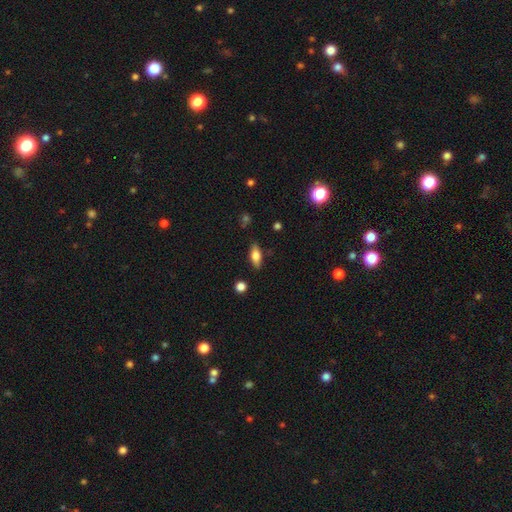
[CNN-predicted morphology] Smooth or featured?
  - smooth: 69% *
  - featured or disk: 23%
  - star or artifact: 8%
How rounded?
  - in between: 77% *
  - cigar-shaped: 19%
  - round: 4%
Merging?
  - none: 83% *
  - minor disturbance: 12%
  - major disturbance: 3%
  - merger: 2%